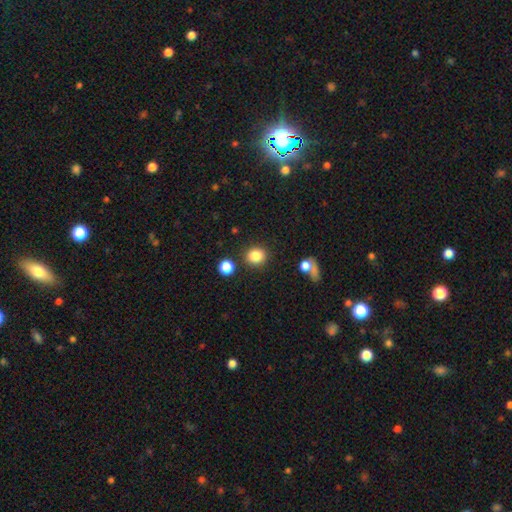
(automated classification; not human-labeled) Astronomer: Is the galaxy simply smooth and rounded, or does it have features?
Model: smooth — 85%.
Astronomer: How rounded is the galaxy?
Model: round — 78%.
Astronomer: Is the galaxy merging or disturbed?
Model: none — 83%.